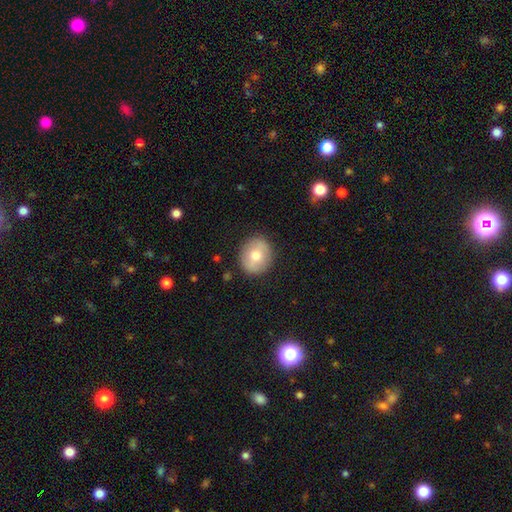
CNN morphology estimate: type=smooth (69%); roundness=round (82%); merging=none (88%).